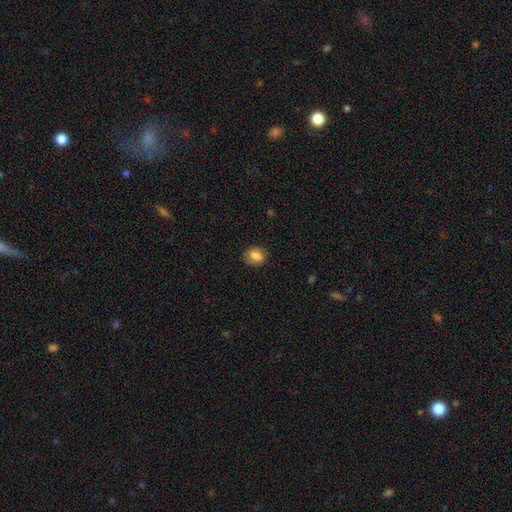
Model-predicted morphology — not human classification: Smooth or featured?
  - smooth: 80% *
  - featured or disk: 11%
  - star or artifact: 8%
How rounded?
  - in between: 58% *
  - round: 40%
  - cigar-shaped: 1%
Merging?
  - none: 79% *
  - minor disturbance: 15%
  - major disturbance: 4%
  - merger: 1%